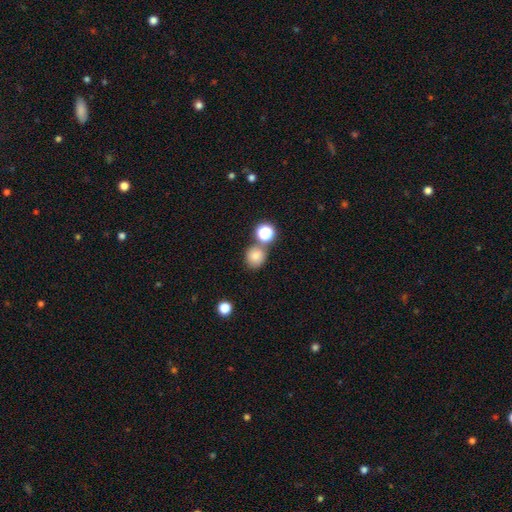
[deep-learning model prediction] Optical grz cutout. It shows a smooth galaxy with no disk features (77%) that is round (83%). Merging: none (65%).